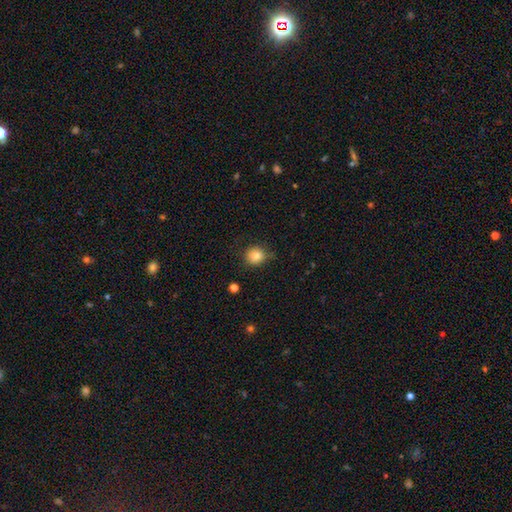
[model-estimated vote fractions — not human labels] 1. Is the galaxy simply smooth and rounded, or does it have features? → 83% smooth, 11% star or artifact, 6% featured or disk.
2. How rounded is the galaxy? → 87% round, 12% in between, 1% cigar-shaped.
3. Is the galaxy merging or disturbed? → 79% none, 16% minor disturbance, 4% major disturbance, 2% merger.